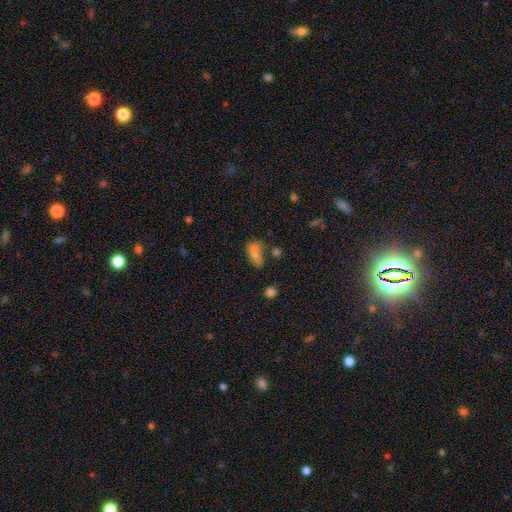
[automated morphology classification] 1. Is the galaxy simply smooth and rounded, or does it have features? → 71% smooth, 17% featured or disk, 12% star or artifact.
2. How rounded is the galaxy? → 84% in between, 9% round, 8% cigar-shaped.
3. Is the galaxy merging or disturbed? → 42% none, 24% minor disturbance, 22% merger, 12% major disturbance.